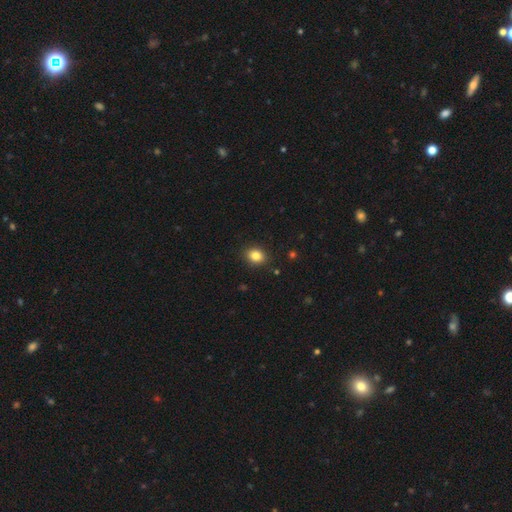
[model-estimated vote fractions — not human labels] Smooth or featured? smooth (84%)
How rounded? round (55%)
Merging? none (90%)